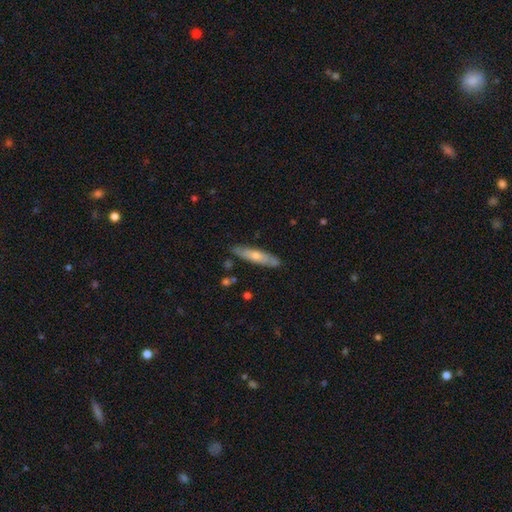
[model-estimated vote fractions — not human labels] Smooth or featured? Predicted: featured or disk (p=0.48). Merging? Predicted: none (p=0.82).